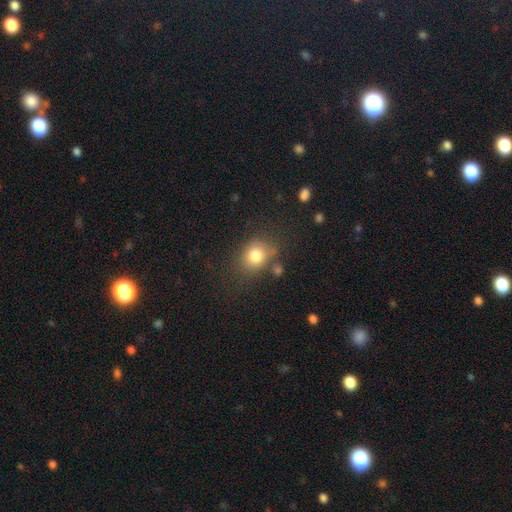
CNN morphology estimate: Smooth or featured?
  - smooth: 79% *
  - star or artifact: 11%
  - featured or disk: 10%
How rounded?
  - round: 57% *
  - in between: 42%
  - cigar-shaped: 1%
Merging?
  - none: 68% *
  - minor disturbance: 17%
  - major disturbance: 7%
  - merger: 7%